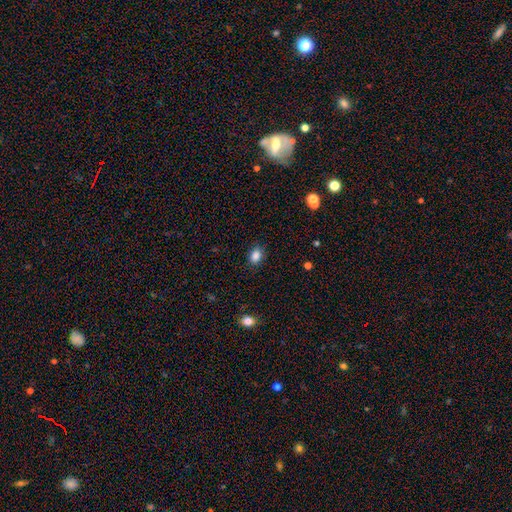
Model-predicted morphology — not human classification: Smooth or featured: smooth — 86% (star or artifact — 10%)
How rounded: in between — 70% (round — 28%)
Merging: none — 84% (minor disturbance — 12%)